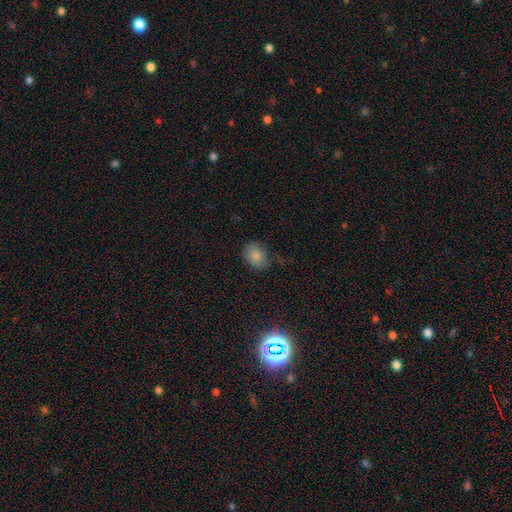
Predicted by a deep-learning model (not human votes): smooth_or_featured: smooth (p=0.84) [alt: star or artifact p=0.09]
how_rounded: in between (p=0.56) [alt: round p=0.43]
merging: none (p=0.77) [alt: minor disturbance p=0.18]